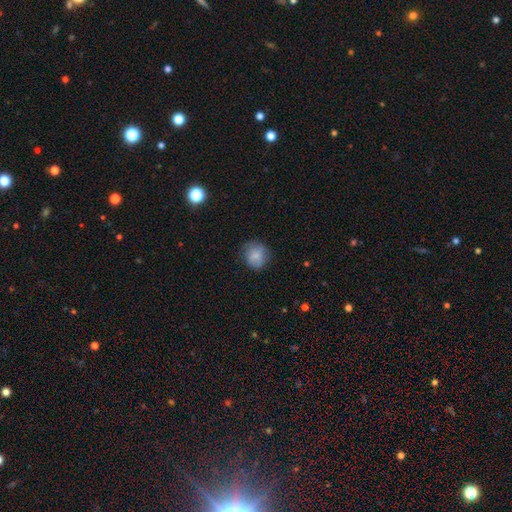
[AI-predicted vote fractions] Smooth or featured? Predicted: smooth (p=0.80). How rounded? Predicted: round (p=0.81). Merging? Predicted: none (p=0.72).